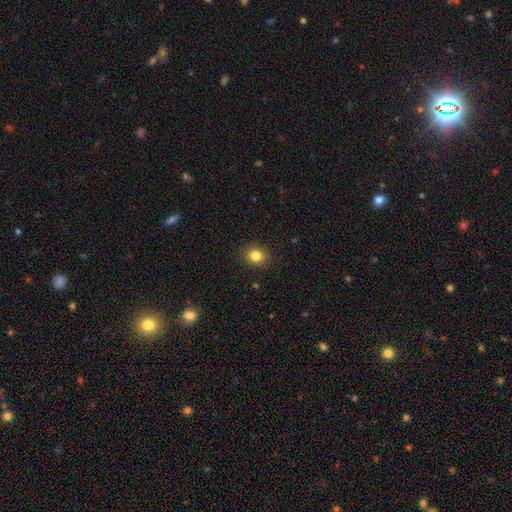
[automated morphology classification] This is clearly a smooth galaxy (83%). How rounded: likely round (73%). Merging: clearly none (90%).